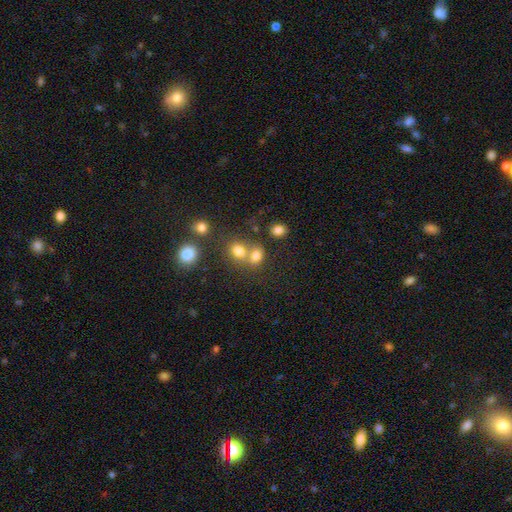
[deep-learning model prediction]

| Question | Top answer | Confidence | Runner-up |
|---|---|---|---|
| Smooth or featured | smooth | 76% | star or artifact (15%) |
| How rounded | in between | 50% | round (48%) |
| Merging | merger | 47% | none (39%) |